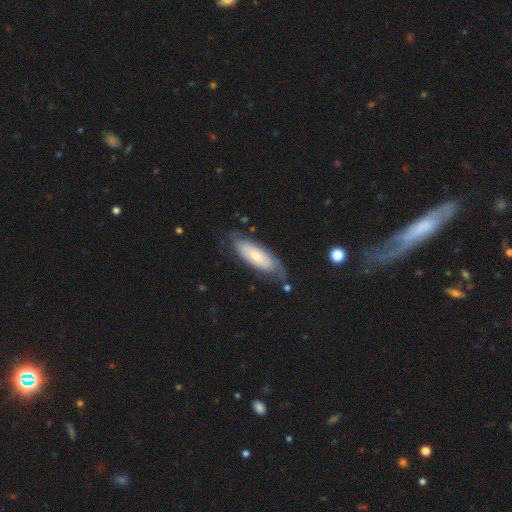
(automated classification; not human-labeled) Morphology: type=featured or disk (50%); merging=none (64%).